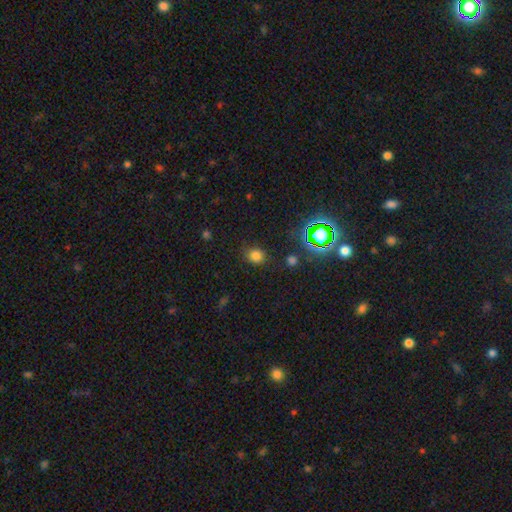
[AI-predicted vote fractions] Q: Smooth or featured?
A: smooth (74%); runner-up: star or artifact (20%)
Q: How rounded?
A: round (71%); runner-up: in between (28%)
Q: Merging?
A: none (81%); runner-up: minor disturbance (13%)